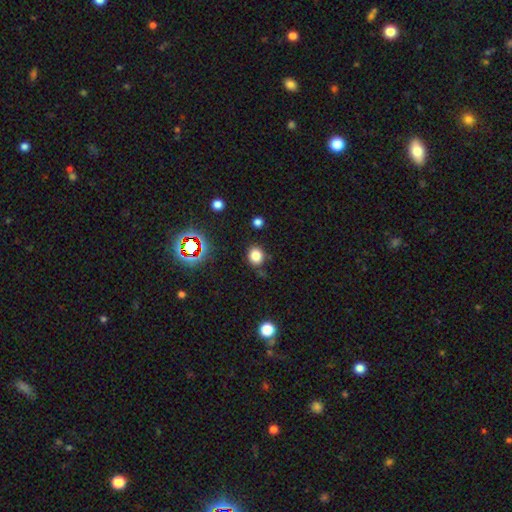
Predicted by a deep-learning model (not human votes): Morphology: type=smooth (78%); roundness=round (71%); merging=none (77%).